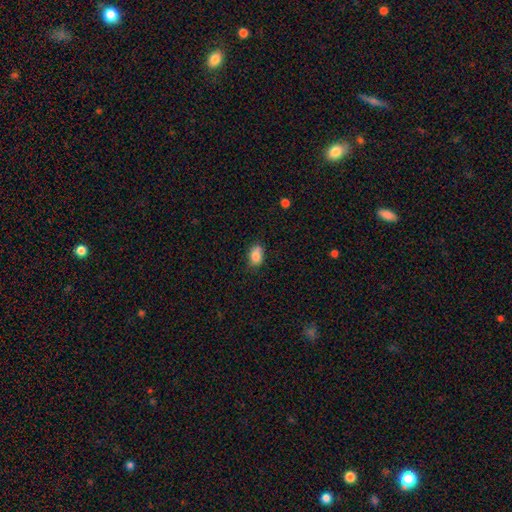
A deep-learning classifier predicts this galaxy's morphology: A smooth galaxy with no disk features (83%) that is in between round and cigar-shaped (78%).

Vote fractions:
- Smooth or featured? smooth: 83% / star or artifact: 9% / featured or disk: 8%
- How rounded? in between: 78% / round: 20% / cigar-shaped: 2%
- Merging? none: 62% / minor disturbance: 26% / merger: 8% / major disturbance: 5%